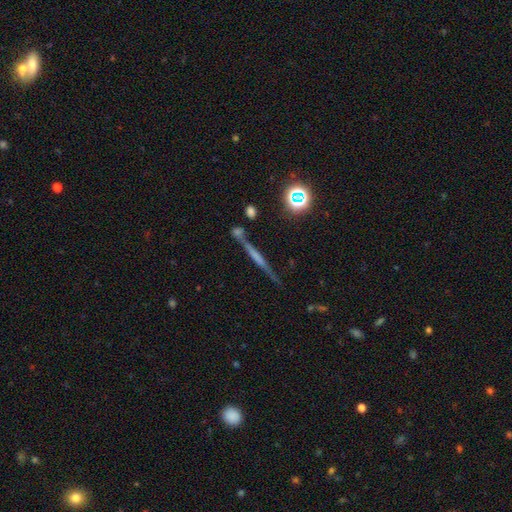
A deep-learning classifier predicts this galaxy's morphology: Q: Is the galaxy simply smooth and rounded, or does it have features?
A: featured or disk — 60%.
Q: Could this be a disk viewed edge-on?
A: yes — 95%.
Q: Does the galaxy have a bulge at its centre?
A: none — 58%.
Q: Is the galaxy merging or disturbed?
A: none — 79%.